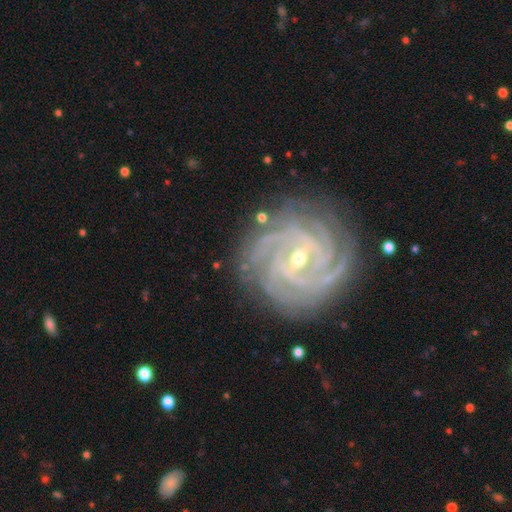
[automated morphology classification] Overall: featured or disk (90%). Edge-on disk: no (97%). Bar: weak (46%; strong 32%). Spiral arms: yes (98%). Spiral arm count: 4 (31%; 3 22%). Spiral winding: tight (78%). Bulge size: small (51%; moderate 46%). Merging: none (79%).